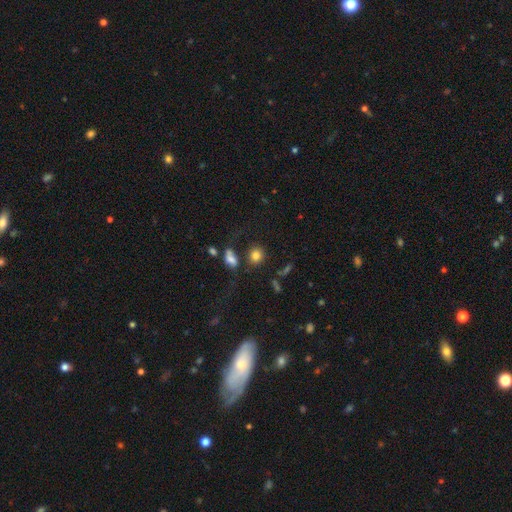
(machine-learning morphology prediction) Overall: smooth (80%). How rounded: round (76%). Merging: none (69%).